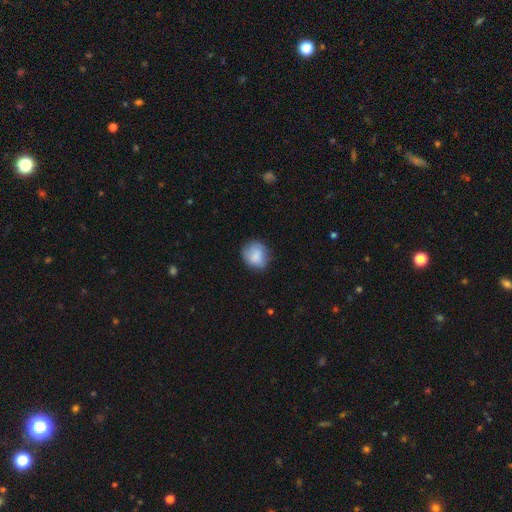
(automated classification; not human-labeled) smooth 83%, featured or disk 9%, star or artifact 7%. Down the decision tree: how rounded — round (78%); merging — none (73%).